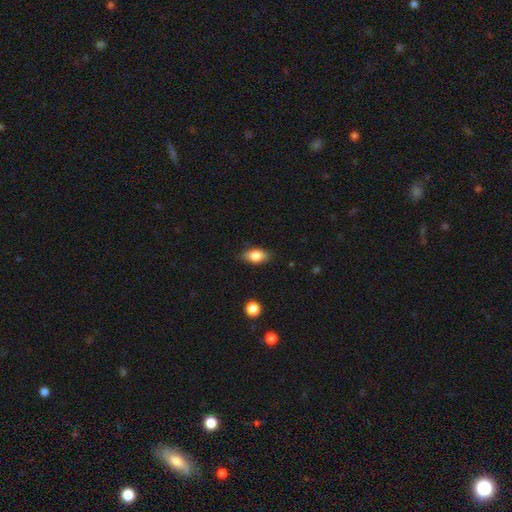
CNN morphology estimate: Smooth or featured: smooth — 81% (featured or disk — 11%)
How rounded: in between — 88% (round — 7%)
Merging: none — 85% (minor disturbance — 12%)